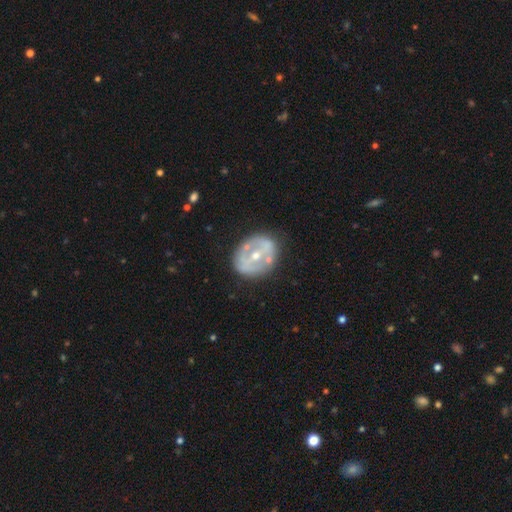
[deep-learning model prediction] Q: Smooth or featured?
A: featured or disk (69%); runner-up: smooth (24%)
Q: Edge-on disk?
A: no (95%); runner-up: yes (5%)
Q: Bar?
A: no (42%); runner-up: strong (30%)
Q: Spiral arms?
A: no (77%); runner-up: yes (23%)
Q: Bulge size?
A: moderate (52%); runner-up: small (44%)
Q: Merging?
A: none (73%); runner-up: minor disturbance (16%)